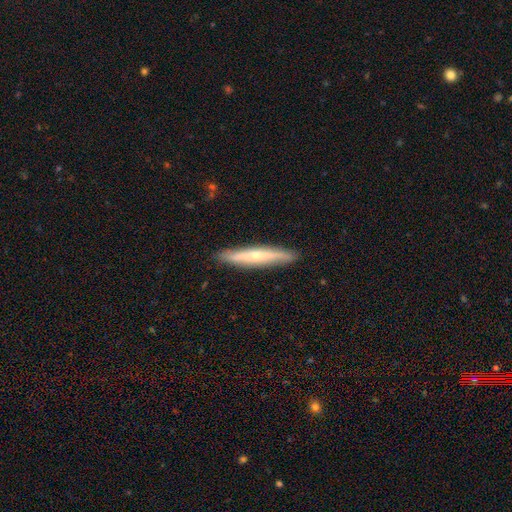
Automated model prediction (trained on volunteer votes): Smooth or featured?
  - featured or disk: 52% *
  - smooth: 42%
  - star or artifact: 6%
Edge-on disk?
  - yes: 88% *
  - no: 12%
Merging?
  - none: 89% *
  - minor disturbance: 8%
  - major disturbance: 2%
  - merger: 1%